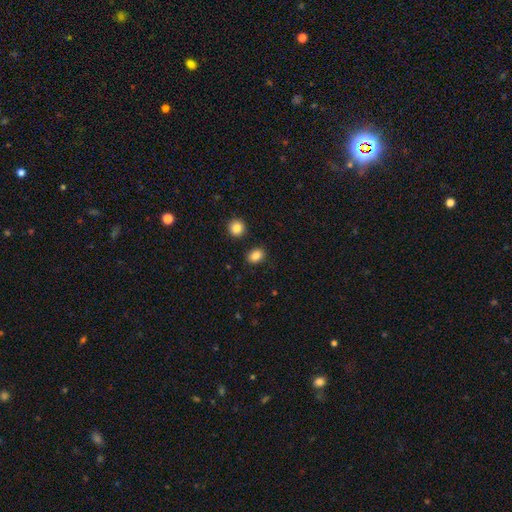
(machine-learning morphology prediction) The model was most divided on "how rounded": in between: 66%, round: 32%, cigar-shaped: 1%. More confident: smooth or featured — smooth (86%); merging — none (86%).